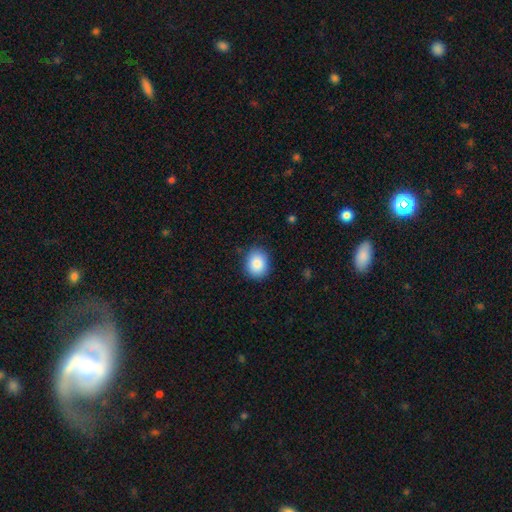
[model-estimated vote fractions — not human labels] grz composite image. It shows a smooth galaxy with no disk features (85%) that is round (52%). Merging: none (87%).